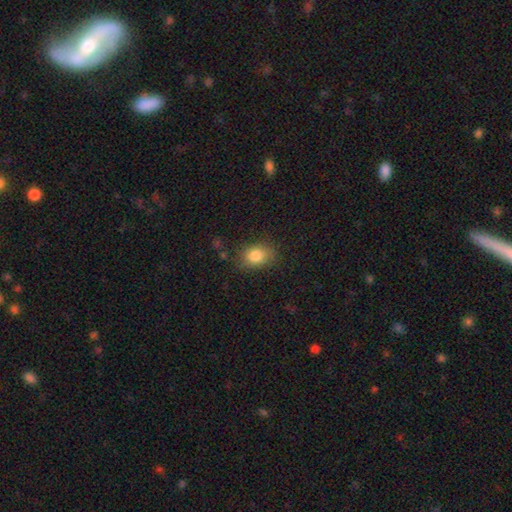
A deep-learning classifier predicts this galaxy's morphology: The model was most divided on "how rounded": in between: 67%, round: 31%, cigar-shaped: 1%. More confident: smooth or featured — smooth (84%); merging — none (77%).